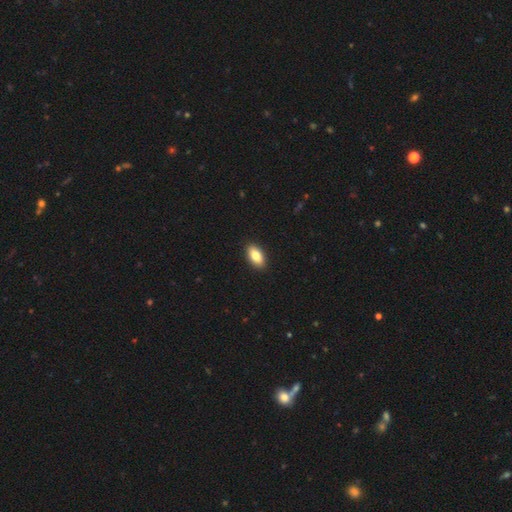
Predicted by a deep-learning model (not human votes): Smooth or featured? smooth (84%)
How rounded? in between (92%)
Merging? none (91%)